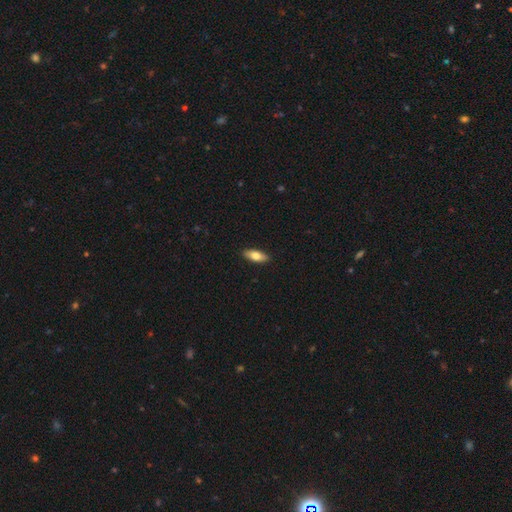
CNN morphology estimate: Smooth or featured? Predicted: smooth (p=0.75). How rounded? Predicted: in between (p=0.74). Merging? Predicted: none (p=0.90).